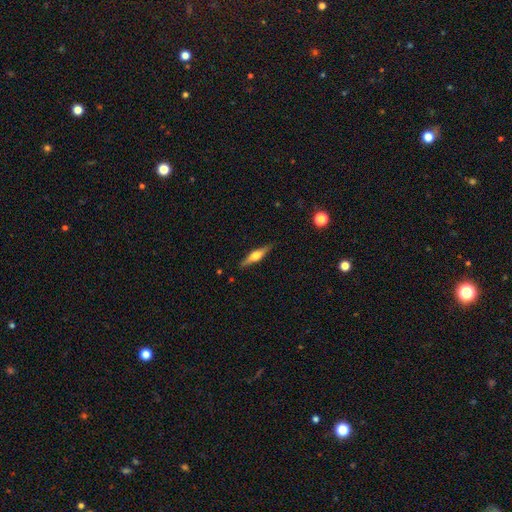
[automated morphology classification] smooth_or_featured: featured or disk (p=0.63) [alt: smooth p=0.31]
disk_edge_on: yes (p=0.96) [alt: no p=0.04]
edge_on_bulge: rounded (p=0.90) [alt: boxy p=0.07]
merging: none (p=0.88) [alt: minor disturbance p=0.09]